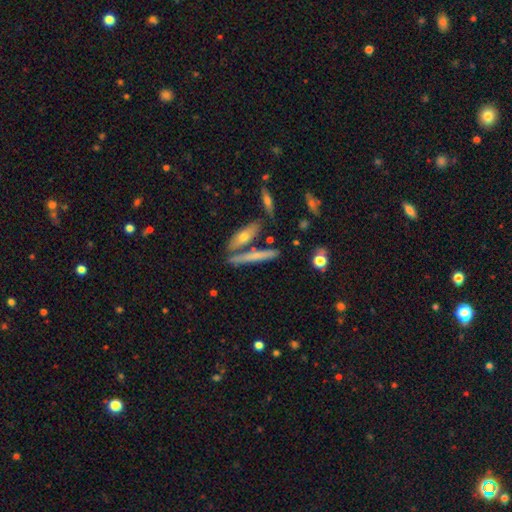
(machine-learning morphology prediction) Smooth or featured?
  - smooth: 52% *
  - featured or disk: 39%
  - star or artifact: 8%
How rounded?
  - cigar-shaped: 87% *
  - in between: 10%
  - round: 3%
Merging?
  - none: 72% *
  - merger: 15%
  - minor disturbance: 11%
  - major disturbance: 3%